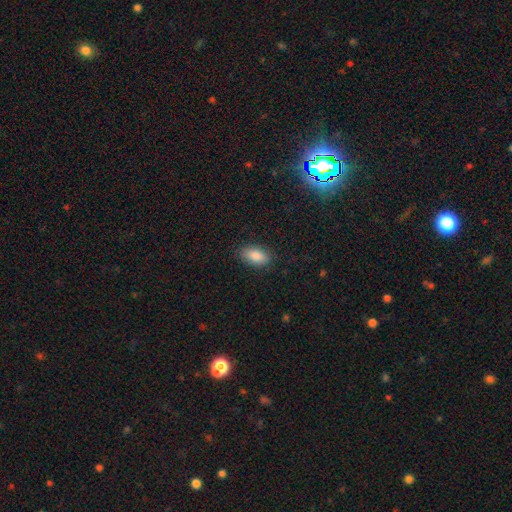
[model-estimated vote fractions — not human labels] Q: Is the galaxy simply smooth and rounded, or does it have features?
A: smooth — 87%.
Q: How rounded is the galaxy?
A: in between — 92%.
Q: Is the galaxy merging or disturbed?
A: none — 86%.